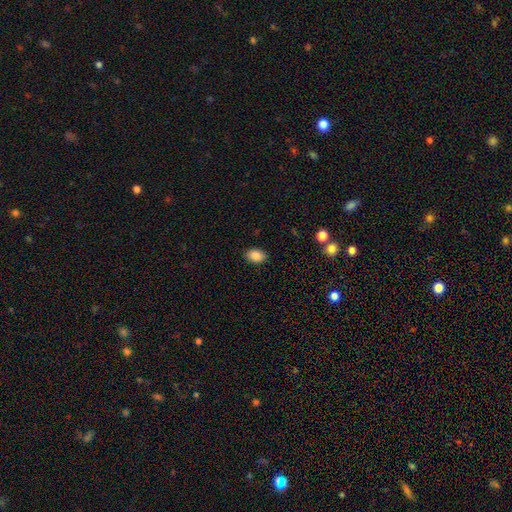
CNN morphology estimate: smooth 86%, star or artifact 8%, featured or disk 5%. Down the decision tree: how rounded — in between (84%); merging — none (88%).